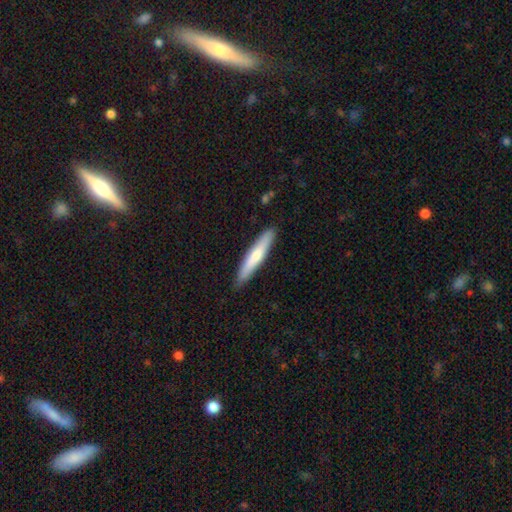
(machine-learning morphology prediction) smooth-or-featured: smooth: 65% | featured or disk: 30% | star or artifact: 5%
  how-rounded: cigar-shaped: 91% | in between: 8% | round: 1%
  merging: none: 88% | minor disturbance: 9% | major disturbance: 2% | merger: 1%